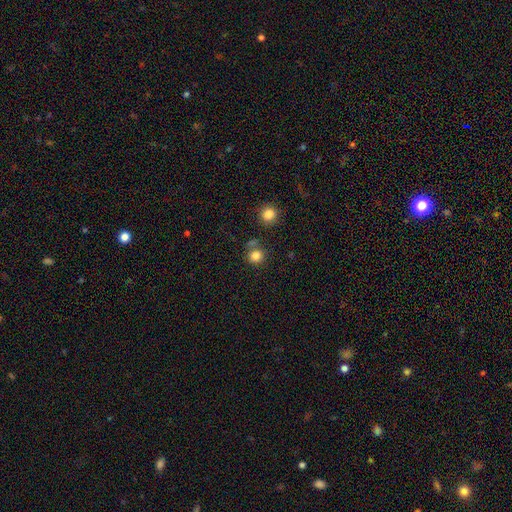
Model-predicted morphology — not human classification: Smooth or featured?
  - smooth: 82% *
  - star or artifact: 13%
  - featured or disk: 5%
How rounded?
  - round: 89% *
  - in between: 10%
  - cigar-shaped: 1%
Merging?
  - none: 75% *
  - merger: 12%
  - minor disturbance: 10%
  - major disturbance: 3%